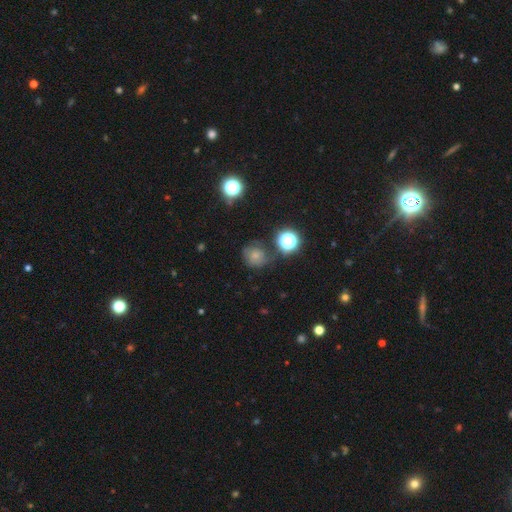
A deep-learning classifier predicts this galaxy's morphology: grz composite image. It shows a smooth galaxy with no disk features (58%) that is round (84%). Merging: none (60%).